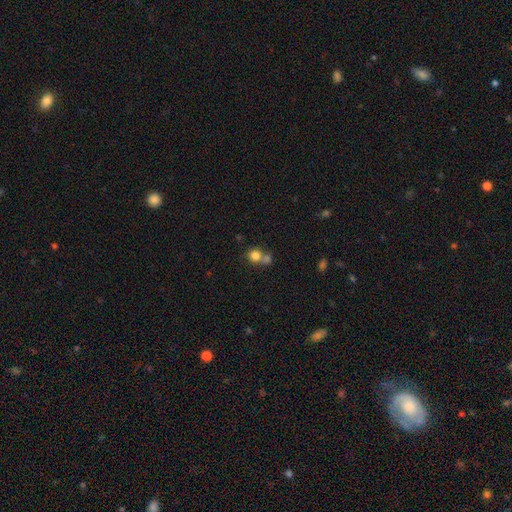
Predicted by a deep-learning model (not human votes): smooth-or-featured: smooth: 80% | star or artifact: 11% | featured or disk: 9%
  how-rounded: round: 85% | in between: 14% | cigar-shaped: 1%
  merging: none: 46% | merger: 42% | minor disturbance: 8% | major disturbance: 4%